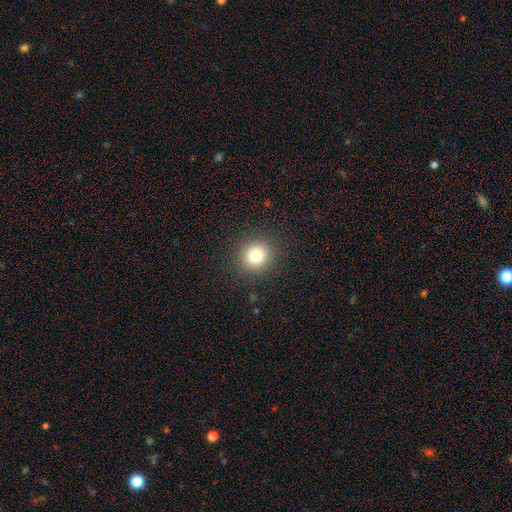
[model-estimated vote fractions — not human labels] This appears to be a smooth galaxy with no disk features (79%) that is round (89%). Merging: none (90%).